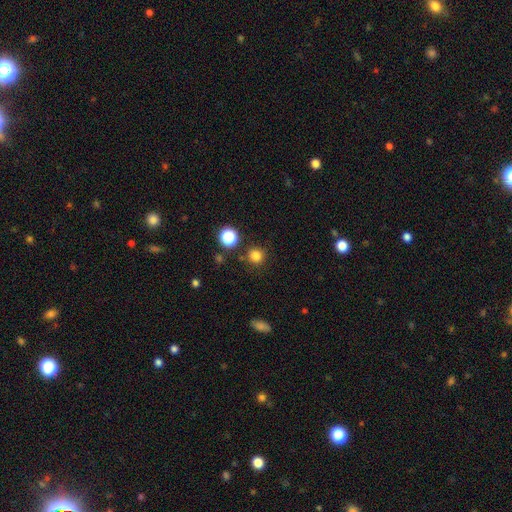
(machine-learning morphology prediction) smooth-or-featured: smooth: 80% | star or artifact: 15% | featured or disk: 5%
  how-rounded: round: 93% | in between: 6% | cigar-shaped: 1%
  merging: none: 86% | minor disturbance: 8% | merger: 4% | major disturbance: 3%